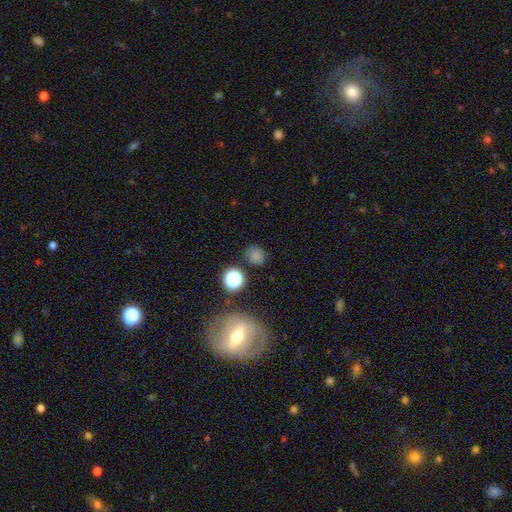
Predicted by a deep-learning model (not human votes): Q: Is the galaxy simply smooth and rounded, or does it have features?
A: smooth — 71%.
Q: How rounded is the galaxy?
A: round — 65%.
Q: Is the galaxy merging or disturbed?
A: none — 78%.